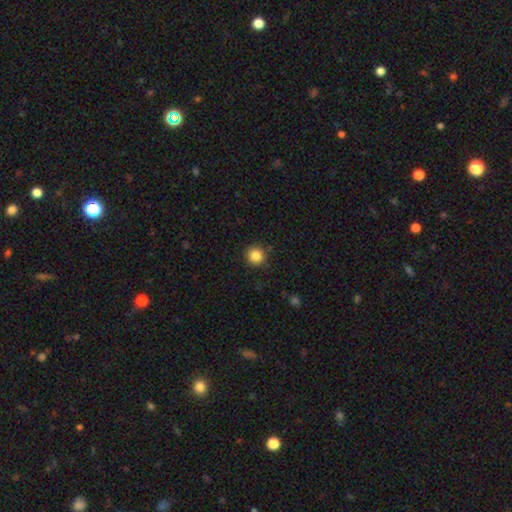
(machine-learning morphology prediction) smooth 86%, star or artifact 10%, featured or disk 4%. Down the decision tree: how rounded — round (94%); merging — none (91%).